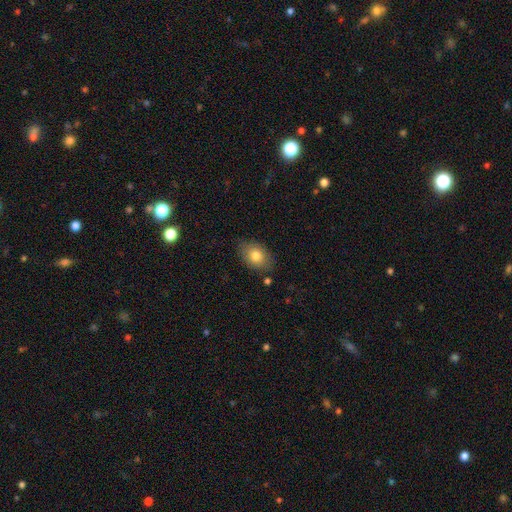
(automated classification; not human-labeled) A smooth galaxy with no disk features (79%) that is in between round and cigar-shaped (80%).

Vote fractions:
- Smooth or featured? smooth: 79% / featured or disk: 13% / star or artifact: 8%
- How rounded? in between: 80% / round: 19% / cigar-shaped: 1%
- Merging? none: 80% / minor disturbance: 14% / major disturbance: 3% / merger: 2%